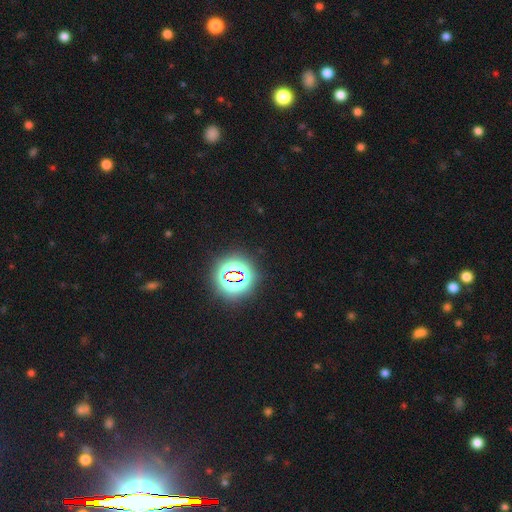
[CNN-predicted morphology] star or artifact 80%, smooth 13%, featured or disk 7%.